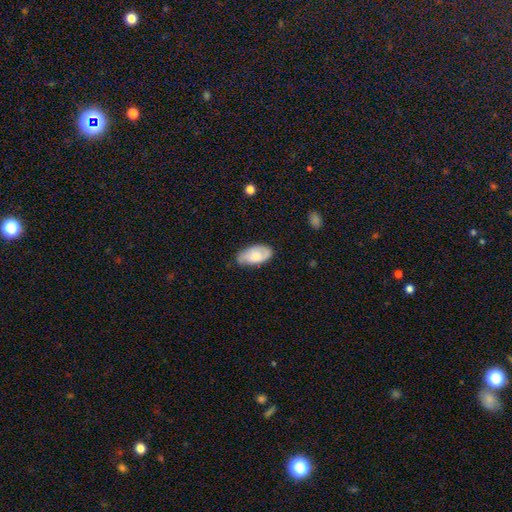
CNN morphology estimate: The model was most divided on "smooth or featured": smooth: 64%, featured or disk: 30%, star or artifact: 6%. More confident: how rounded — in between (94%); merging — none (68%).